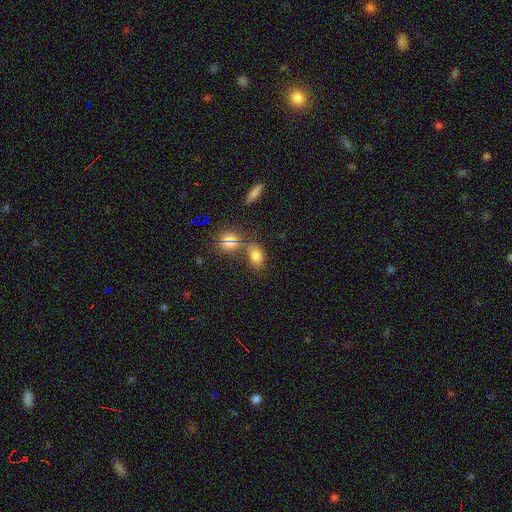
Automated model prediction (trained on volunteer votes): Overall: smooth (74%). How rounded: in between (79%). Merging: none (59%; merger 21%).